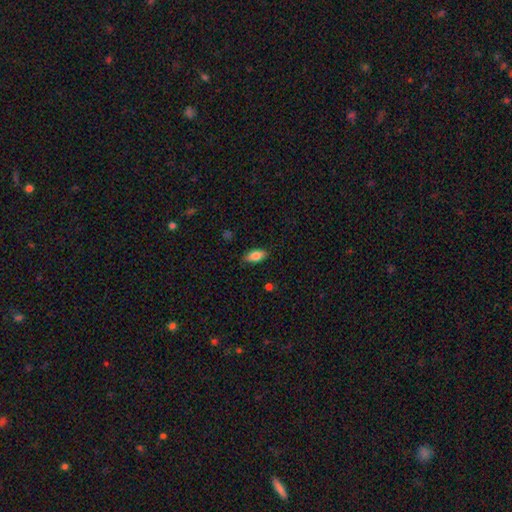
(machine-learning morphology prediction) smooth-or-featured: smooth: 83% | featured or disk: 10% | star or artifact: 7%
  how-rounded: in between: 89% | cigar-shaped: 8% | round: 3%
  merging: none: 84% | minor disturbance: 12% | major disturbance: 2% | merger: 1%